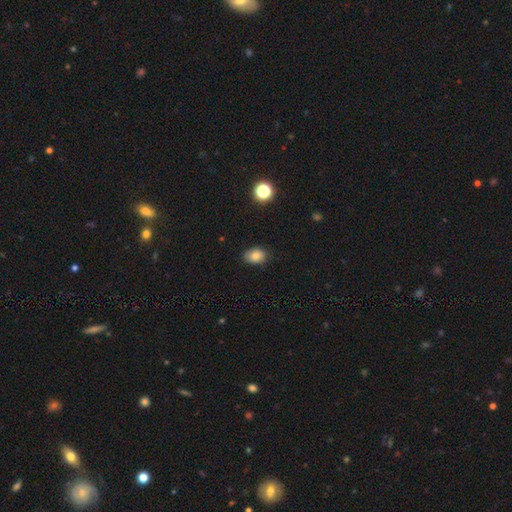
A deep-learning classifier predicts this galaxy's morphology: Smooth or featured? Predicted: smooth (p=0.81). How rounded? Predicted: in between (p=0.71). Merging? Predicted: none (p=0.81).